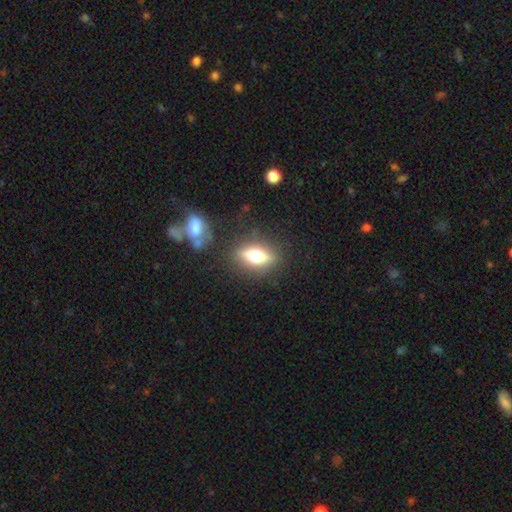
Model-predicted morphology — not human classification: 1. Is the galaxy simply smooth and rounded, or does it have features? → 48% featured or disk, 43% smooth, 9% star or artifact.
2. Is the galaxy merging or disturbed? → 83% none, 10% minor disturbance, 4% major disturbance, 3% merger.